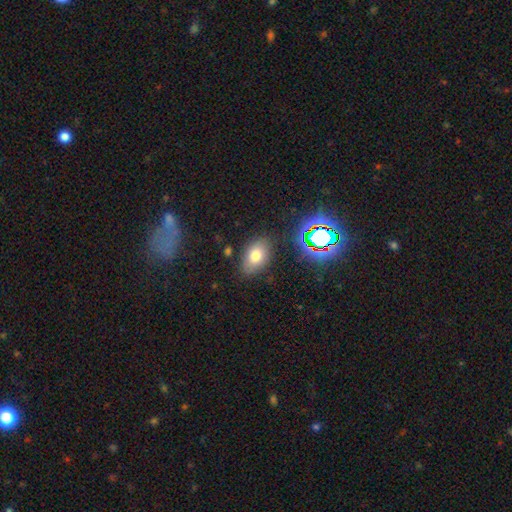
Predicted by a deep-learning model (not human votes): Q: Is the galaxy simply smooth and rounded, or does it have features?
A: smooth — 74%.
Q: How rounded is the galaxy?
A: in between — 86%.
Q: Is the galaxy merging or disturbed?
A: none — 81%.